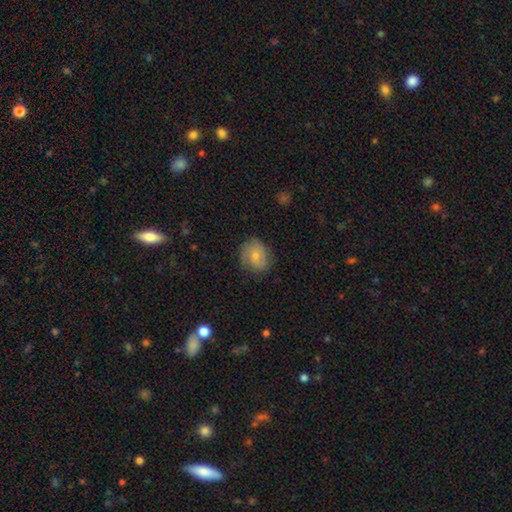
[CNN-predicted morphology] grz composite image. It shows a smooth galaxy with no disk features (74%) that is round (65%). Merging: none (73%).